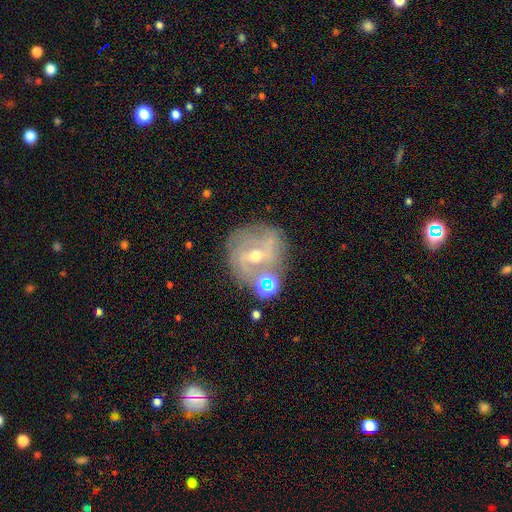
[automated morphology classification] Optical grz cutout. It shows a featured or disk galaxy (74%) with a weak bar (48%), 2 (47%) medium (43%) spiral arms (86%) and a moderate central bulge (51%). Merging: none (66%).